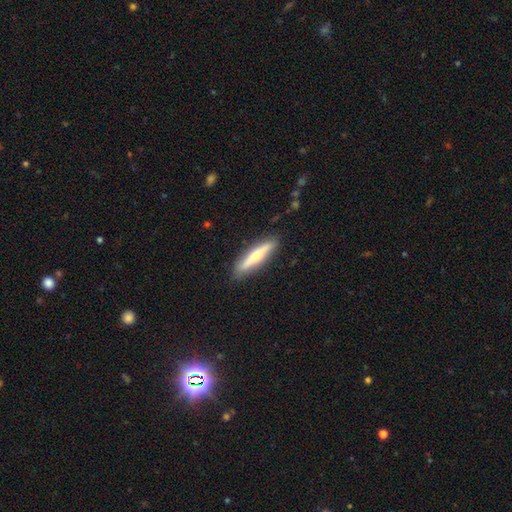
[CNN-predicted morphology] Smooth or featured? Predicted: smooth (p=0.49). Merging? Predicted: none (p=0.86).